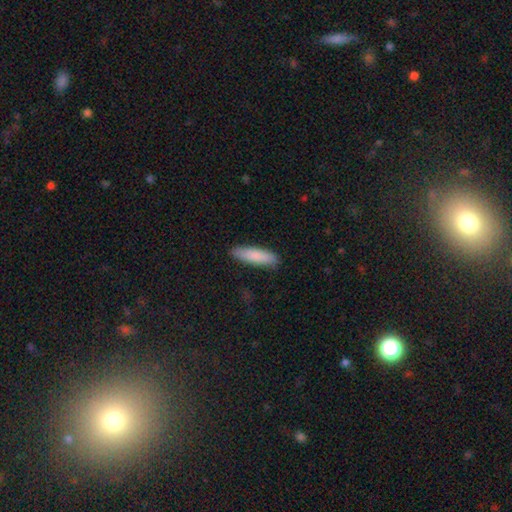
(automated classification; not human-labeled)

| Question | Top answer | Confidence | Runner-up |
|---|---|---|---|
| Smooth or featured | smooth | 86% | featured or disk (8%) |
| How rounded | cigar-shaped | 69% | in between (30%) |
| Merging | none | 88% | minor disturbance (9%) |